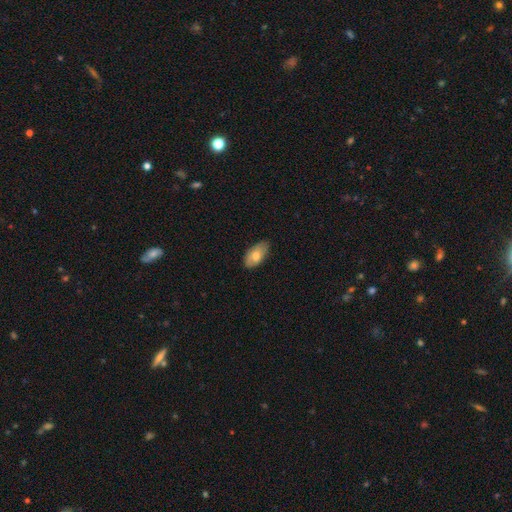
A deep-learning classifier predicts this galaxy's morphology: smooth_or_featured: smooth (p=0.71) [alt: featured or disk p=0.22]
how_rounded: in between (p=0.93) [alt: round p=0.04]
merging: none (p=0.74) [alt: minor disturbance p=0.22]